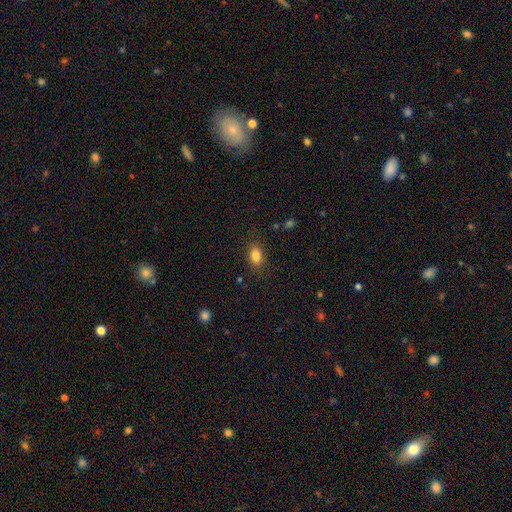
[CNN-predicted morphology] type=smooth (83%); roundness=in between (86%); merging=none (85%).